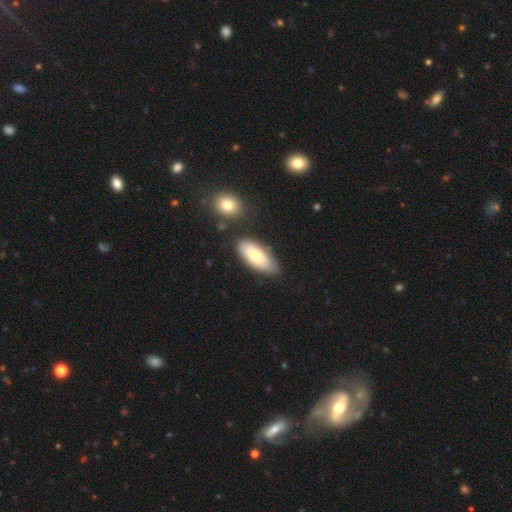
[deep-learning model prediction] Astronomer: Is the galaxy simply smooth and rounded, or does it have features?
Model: smooth — 71%.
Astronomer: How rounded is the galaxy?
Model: in between — 86%.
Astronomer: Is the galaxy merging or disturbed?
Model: none — 77%.